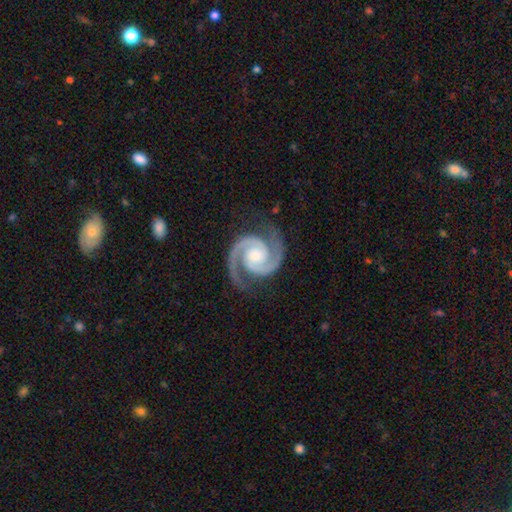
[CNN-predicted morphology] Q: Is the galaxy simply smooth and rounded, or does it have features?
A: featured or disk — 95%.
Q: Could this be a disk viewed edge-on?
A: no — 99%.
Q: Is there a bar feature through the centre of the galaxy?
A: no — 66%.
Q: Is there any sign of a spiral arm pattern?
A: yes — 99%.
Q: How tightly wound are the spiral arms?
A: tight — 48%.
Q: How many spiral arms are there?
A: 2 — 95%.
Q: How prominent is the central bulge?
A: moderate — 55%.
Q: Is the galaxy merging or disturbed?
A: none — 82%.